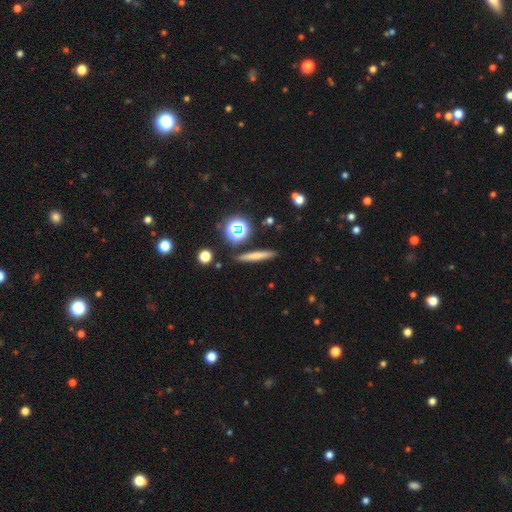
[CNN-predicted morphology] smooth_or_featured: smooth (p=0.65) [alt: featured or disk p=0.23]
how_rounded: cigar-shaped (p=0.88) [alt: round p=0.06]
merging: none (p=0.88) [alt: minor disturbance p=0.07]